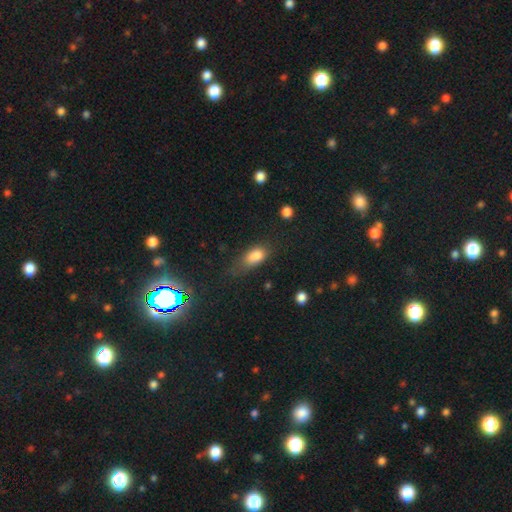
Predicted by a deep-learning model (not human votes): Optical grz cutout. It shows a smooth galaxy with no disk features (80%) that is in between round and cigar-shaped (82%). Merging: none (38%).